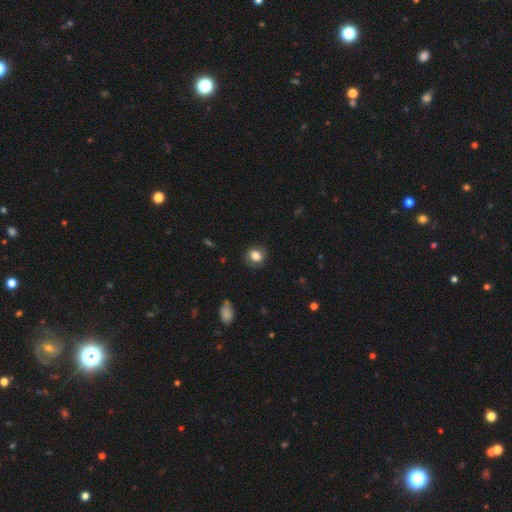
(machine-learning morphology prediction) This is likely a smooth galaxy (80%). How rounded: possibly round (60%). Merging: likely none (80%).